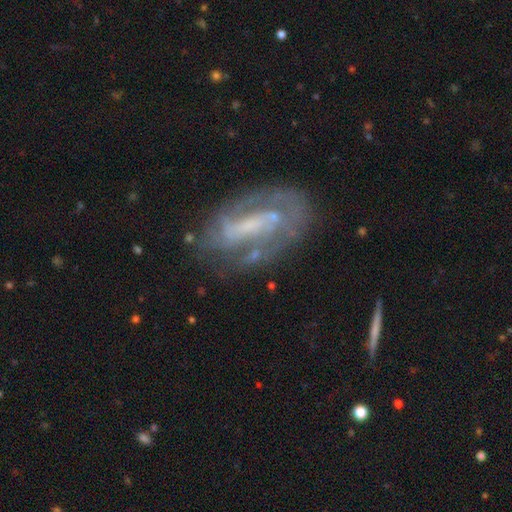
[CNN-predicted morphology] A featured or disk galaxy (80%) with a weak bar (40%), 2 (47%) medium (42%) spiral arms (86%) and no central bulge (39%).

Vote fractions:
- Smooth or featured? featured or disk: 80% / smooth: 13% / star or artifact: 7%
- Edge-on disk? no: 95% / yes: 5%
- Bar? weak: 40% / strong: 32% / no: 28%
- Spiral arms? yes: 86% / no: 14%
- Spiral winding? medium: 42% / tight: 40% / loose: 18%
- Spiral arm count? 2: 47% / can't tell: 26% / 3: 12% / 1: 7% / 4: 4% / more than 4: 4%
- Bulge size? none: 39% / small: 31% / moderate: 22% / large: 6% / dominant: 2%
- Merging? none: 62% / minor disturbance: 20% / major disturbance: 14% / merger: 4%